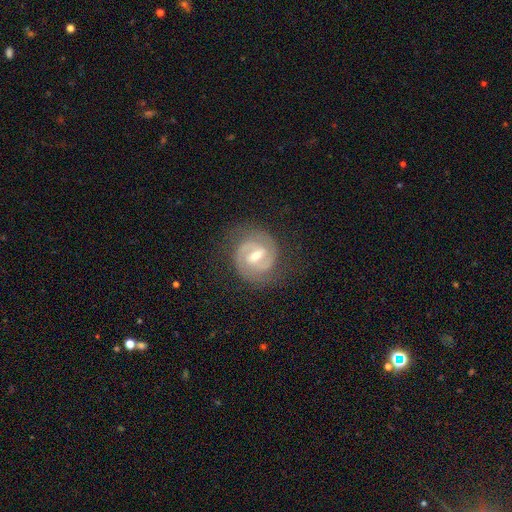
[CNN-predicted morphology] type=featured or disk (87%); edge-on=no (98%); bar=weak (48%); spiral arms=yes (97%); winding=tight (54%); arm count=2 (90%); bulge=moderate (55%); merging=none (79%).